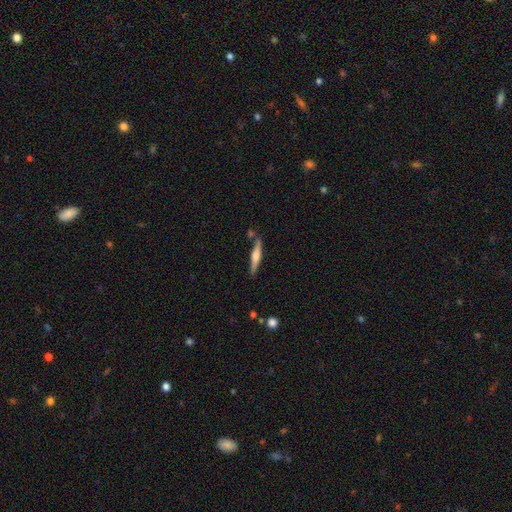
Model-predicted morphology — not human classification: featured or disk 57%, smooth 37%, star or artifact 6%. Down the decision tree: edge-on disk — yes (97%); edge-on bulge — rounded (81%); merging — none (81%).